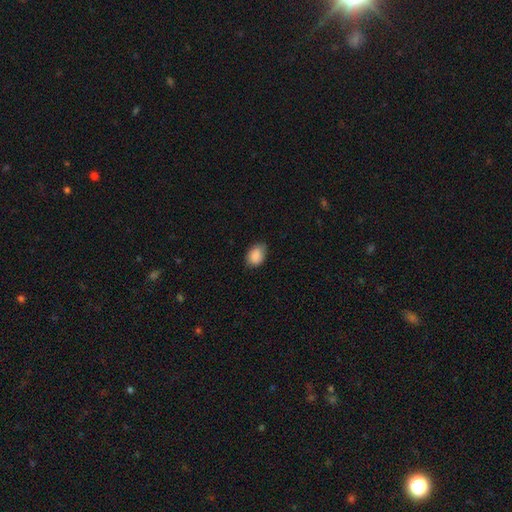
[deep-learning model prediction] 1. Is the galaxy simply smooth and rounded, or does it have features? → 88% smooth, 7% star or artifact, 5% featured or disk.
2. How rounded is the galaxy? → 76% in between, 23% round, 1% cigar-shaped.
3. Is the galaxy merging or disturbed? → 74% none, 22% minor disturbance, 3% major disturbance, 1% merger.